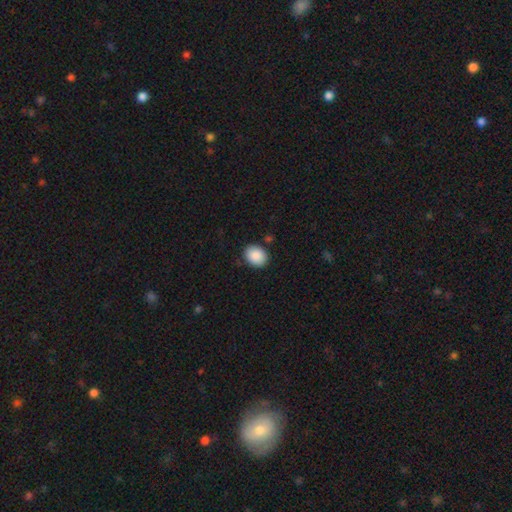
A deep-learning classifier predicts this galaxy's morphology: smooth-or-featured: smooth: 89% | star or artifact: 7% | featured or disk: 4%
  how-rounded: in between: 51% | round: 48% | cigar-shaped: 1%
  merging: none: 87% | minor disturbance: 9% | major disturbance: 2% | merger: 2%